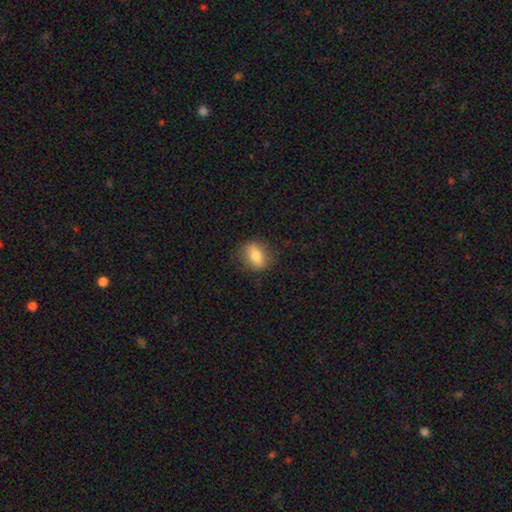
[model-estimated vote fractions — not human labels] This appears to be a smooth galaxy with no disk features (72%) that is in between round and cigar-shaped (60%). Merging: none (82%).